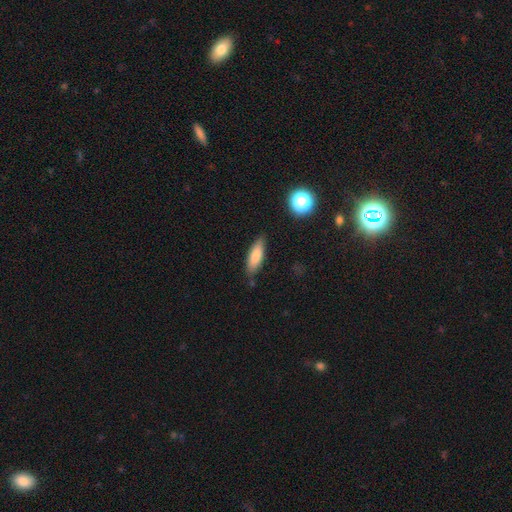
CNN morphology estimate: Smooth or featured? Predicted: smooth (p=0.80). How rounded? Predicted: in between (p=0.57). Merging? Predicted: none (p=0.80).